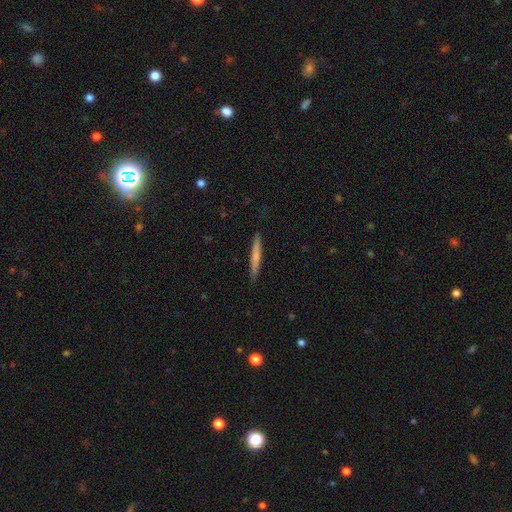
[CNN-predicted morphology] Q: Smooth or featured?
A: smooth (64%); runner-up: featured or disk (31%)
Q: How rounded?
A: cigar-shaped (96%); runner-up: in between (3%)
Q: Merging?
A: none (89%); runner-up: minor disturbance (8%)